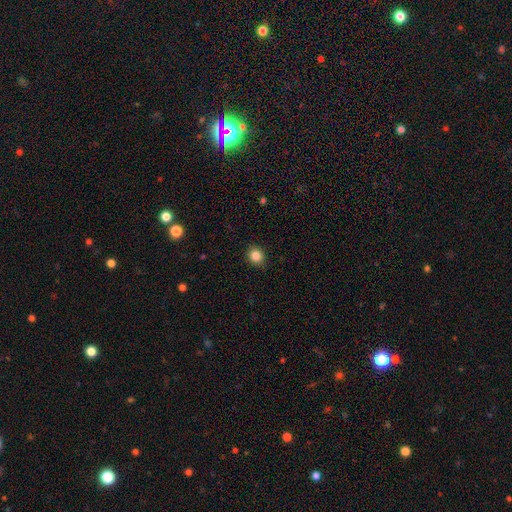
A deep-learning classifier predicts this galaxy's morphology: Smooth or featured? Predicted: smooth (p=0.85). How rounded? Predicted: round (p=0.78). Merging? Predicted: none (p=0.90).